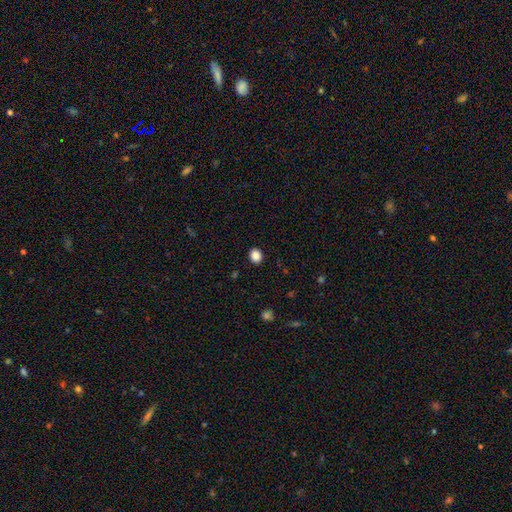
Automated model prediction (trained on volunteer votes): A smooth galaxy with no disk features (87%) that is round (58%).

Vote fractions:
- Smooth or featured? smooth: 87% / star or artifact: 10% / featured or disk: 3%
- How rounded? round: 58% / in between: 41% / cigar-shaped: 1%
- Merging? none: 91% / minor disturbance: 7% / major disturbance: 2% / merger: 1%